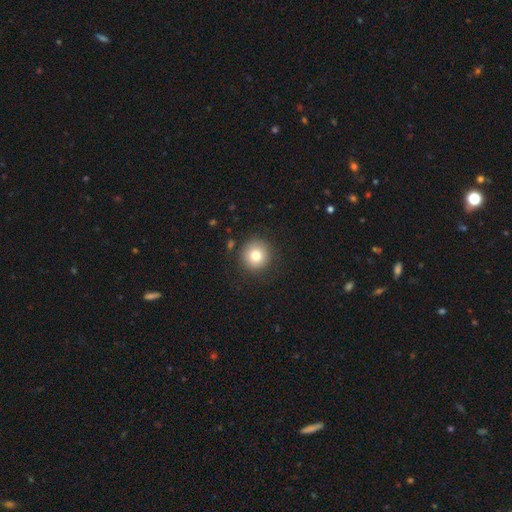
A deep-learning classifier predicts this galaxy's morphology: A smooth galaxy with no disk features (80%) that is round (94%). Merging: none (88%).